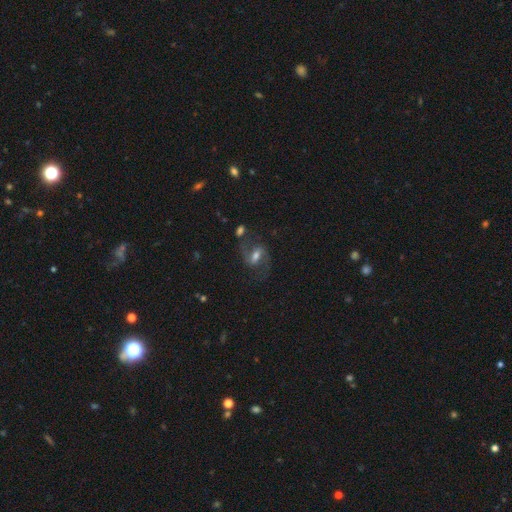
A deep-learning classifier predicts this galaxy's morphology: The model was most divided on "spiral winding": loose: 47%, medium: 44%, tight: 9%. Remaining: edge-on disk — no (96%); spiral arms — yes (91%); spiral arm count — 2 (90%); smooth or featured — featured or disk (71%); merging — none (63%); bulge size — moderate (59%); bar — weak (46%).